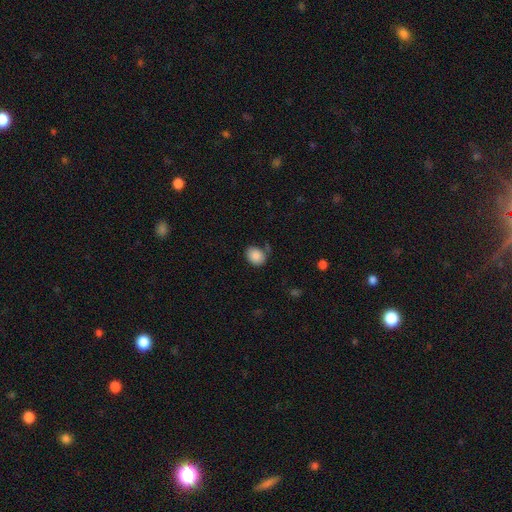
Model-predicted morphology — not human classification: smooth-or-featured: smooth: 87% | star or artifact: 8% | featured or disk: 4%
  how-rounded: in between: 52% | round: 47% | cigar-shaped: 1%
  merging: none: 70% | minor disturbance: 18% | major disturbance: 6% | merger: 5%